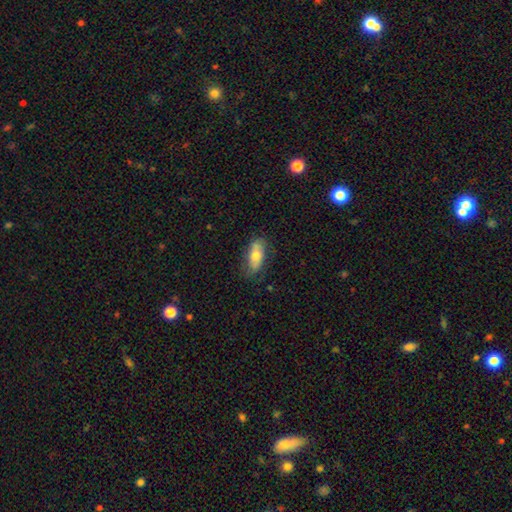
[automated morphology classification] Smooth or featured? smooth (66%)
How rounded? in between (83%)
Merging? none (73%)